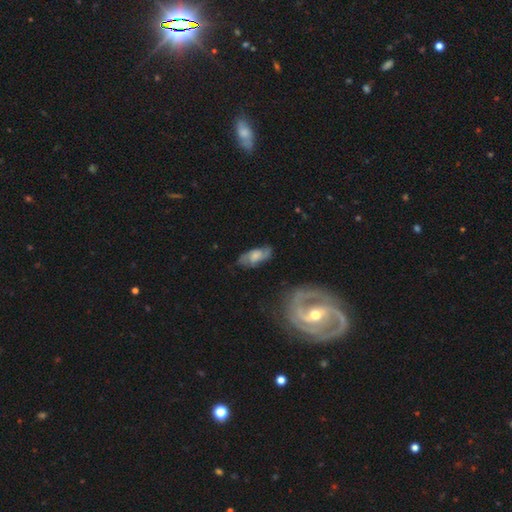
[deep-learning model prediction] smooth_or_featured: featured or disk (p=0.58) [alt: smooth p=0.35]
disk_edge_on: no (p=0.89) [alt: yes p=0.11]
bar: no (p=0.60) [alt: weak p=0.34]
has_spiral_arms: yes (p=0.85) [alt: no p=0.15]
bulge_size: moderate (p=0.37) [alt: small p=0.33]
merging: none (p=0.71) [alt: minor disturbance p=0.20]